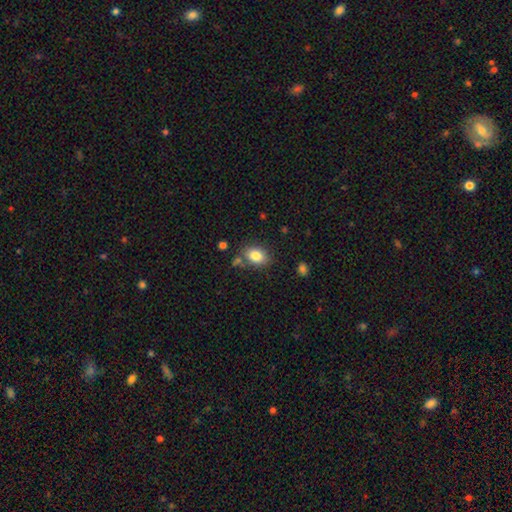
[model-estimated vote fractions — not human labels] Smooth or featured: smooth — 82% (star or artifact — 9%)
How rounded: in between — 73% (round — 26%)
Merging: none — 75% (minor disturbance — 14%)